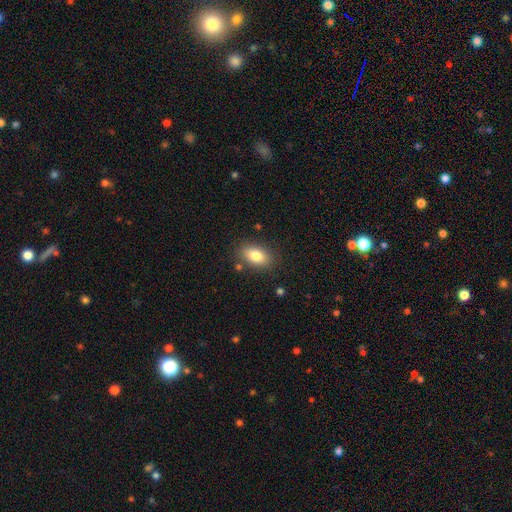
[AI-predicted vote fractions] A smooth galaxy with no disk features (81%) that is in between round and cigar-shaped (88%).

Vote fractions:
- Smooth or featured? smooth: 81% / featured or disk: 11% / star or artifact: 8%
- How rounded? in between: 88% / round: 10% / cigar-shaped: 3%
- Merging? none: 83% / minor disturbance: 11% / major disturbance: 3% / merger: 3%